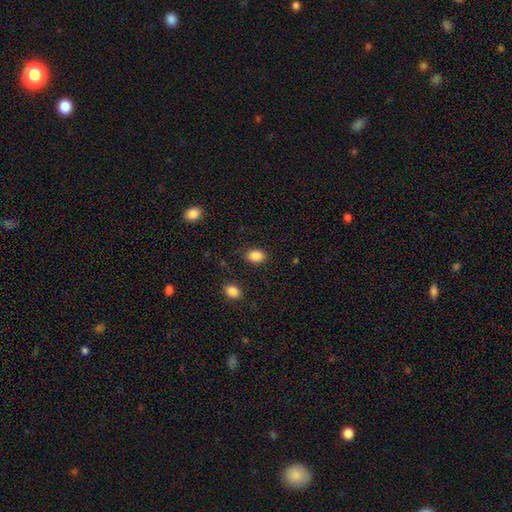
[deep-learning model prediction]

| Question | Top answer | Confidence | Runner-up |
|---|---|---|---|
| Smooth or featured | smooth | 87% | star or artifact (9%) |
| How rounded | in between | 75% | round (23%) |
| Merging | none | 85% | minor disturbance (10%) |